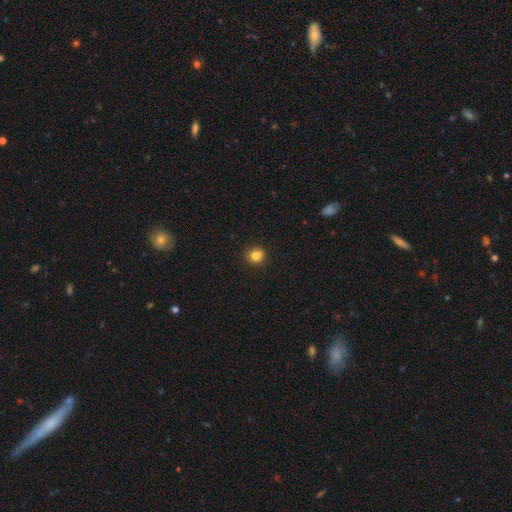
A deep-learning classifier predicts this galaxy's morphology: The model was most divided on "how rounded": round: 80%, in between: 19%, cigar-shaped: 1%. More confident: merging — none (89%); smooth or featured — smooth (84%).